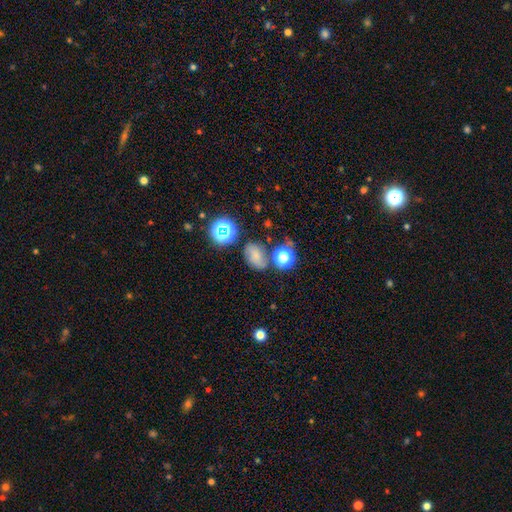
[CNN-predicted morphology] smooth-or-featured: smooth: 57% | star or artifact: 22% | featured or disk: 21%
  how-rounded: in between: 67% | round: 32% | cigar-shaped: 2%
  merging: none: 63% | minor disturbance: 20% | merger: 10% | major disturbance: 8%